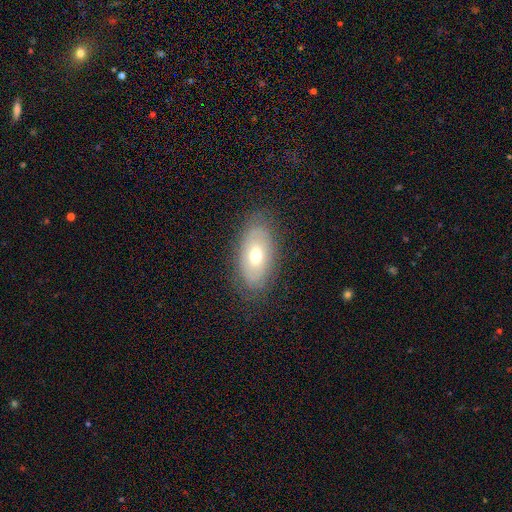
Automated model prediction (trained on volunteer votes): smooth 60%, featured or disk 31%, star or artifact 9%. Down the decision tree: how rounded — in between (90%); merging — none (78%).